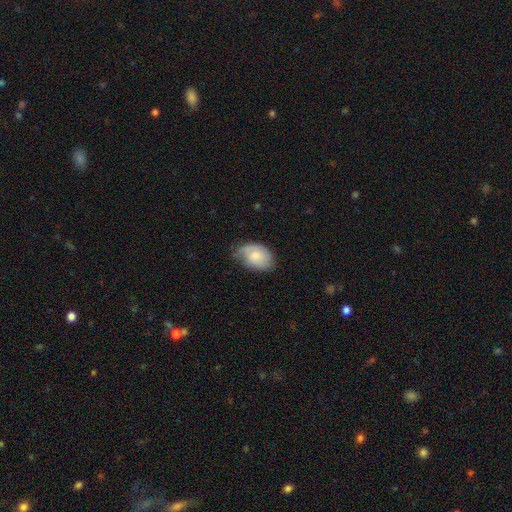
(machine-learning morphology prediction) Smooth or featured? smooth (73%)
How rounded? in between (87%)
Merging? none (51%)